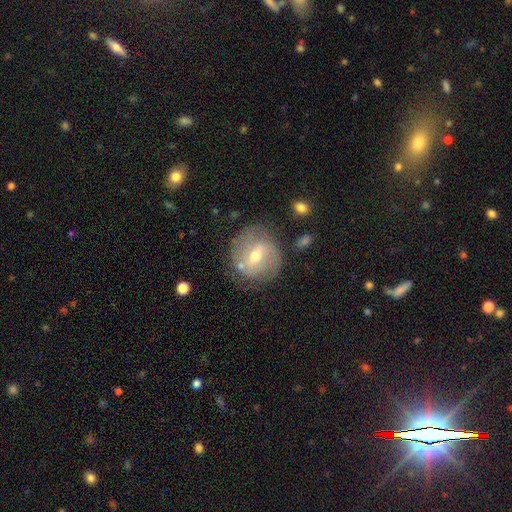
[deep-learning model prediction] Morphology: type=featured or disk (61%); edge-on=no (95%); bar=weak (54%); spiral arms=yes (71%); bulge=moderate (66%); merging=none (70%).